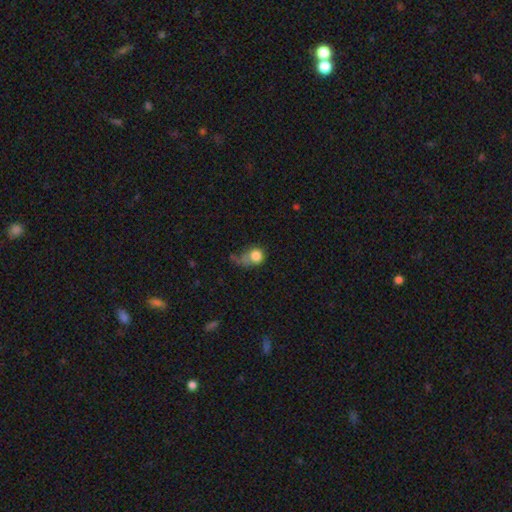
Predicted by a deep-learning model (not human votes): A smooth galaxy with no disk features (77%) that is round (67%). Merging: major disturbance (38%).